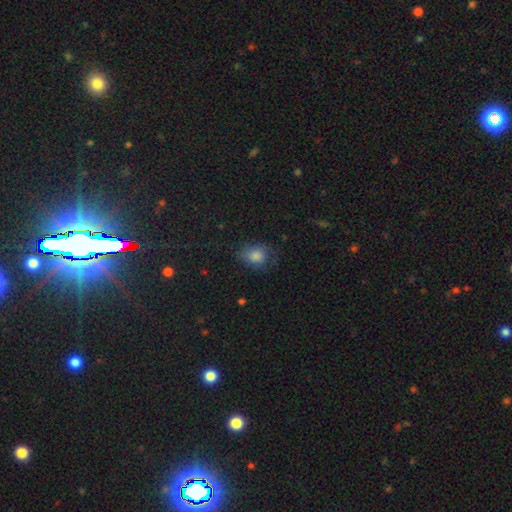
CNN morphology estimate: The model was most divided on "how rounded": in between: 54%, round: 44%, cigar-shaped: 1%. More confident: smooth or featured — smooth (79%); merging — none (64%).